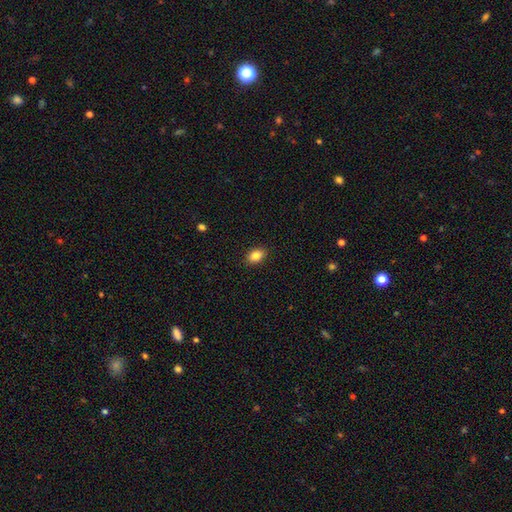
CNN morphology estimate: Smooth or featured? Predicted: smooth (p=0.85). How rounded? Predicted: in between (p=0.83). Merging? Predicted: none (p=0.90).